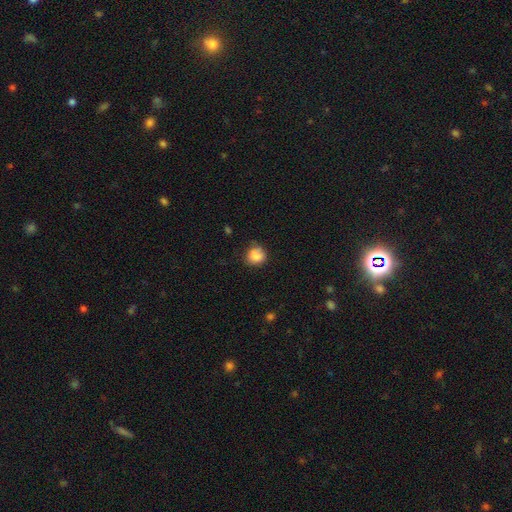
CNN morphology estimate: This appears to be a smooth galaxy with no disk features (83%) that is round (79%). Merging: none (63%).